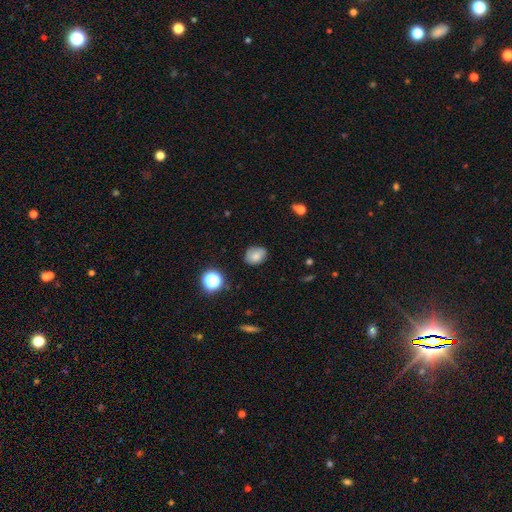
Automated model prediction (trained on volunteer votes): smooth-or-featured: smooth: 75% | featured or disk: 13% | star or artifact: 12%
  how-rounded: in between: 52% | round: 47% | cigar-shaped: 1%
  merging: none: 73% | minor disturbance: 20% | major disturbance: 5% | merger: 2%